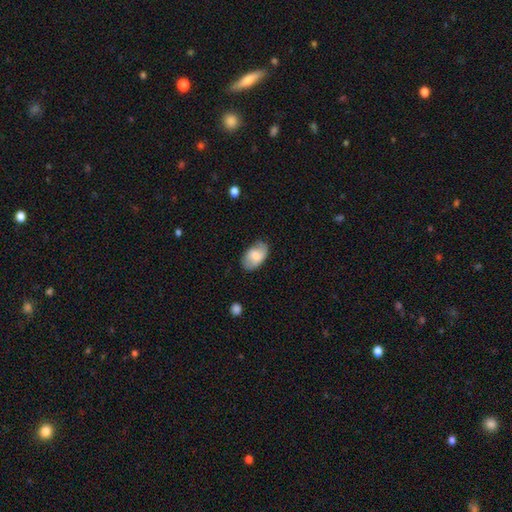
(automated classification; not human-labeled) A smooth galaxy with no disk features (70%) that is in between round and cigar-shaped (93%). Merging: none (72%).